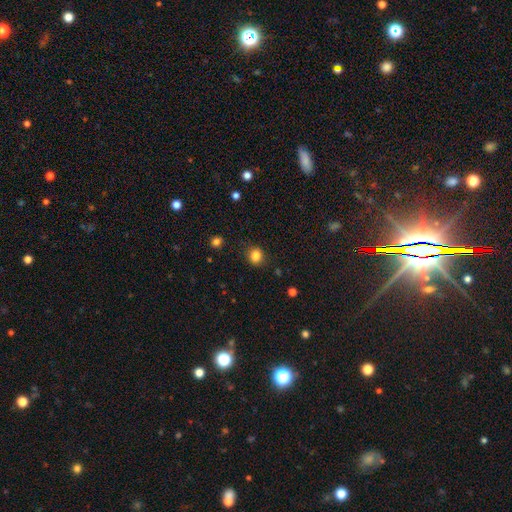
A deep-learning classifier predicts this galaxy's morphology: Smooth or featured: smooth — 84% (star or artifact — 12%)
How rounded: round — 75% (in between — 24%)
Merging: none — 87% (minor disturbance — 9%)